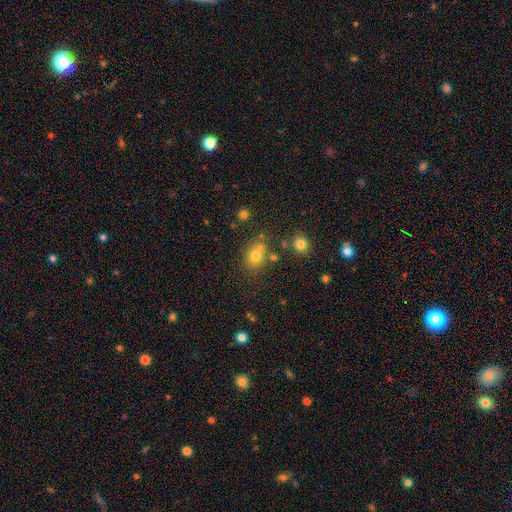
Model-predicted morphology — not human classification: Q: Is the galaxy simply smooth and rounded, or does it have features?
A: smooth — 72%.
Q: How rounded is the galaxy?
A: round — 62%.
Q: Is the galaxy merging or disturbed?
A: none — 61%.